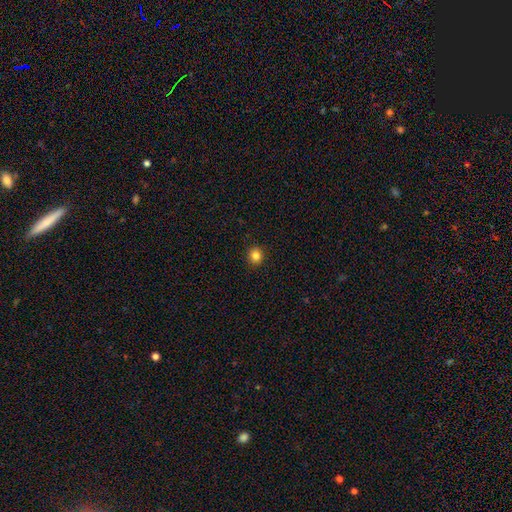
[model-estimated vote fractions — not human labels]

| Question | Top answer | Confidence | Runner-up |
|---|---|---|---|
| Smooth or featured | smooth | 83% | star or artifact (12%) |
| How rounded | round | 90% | in between (9%) |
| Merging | none | 92% | minor disturbance (5%) |